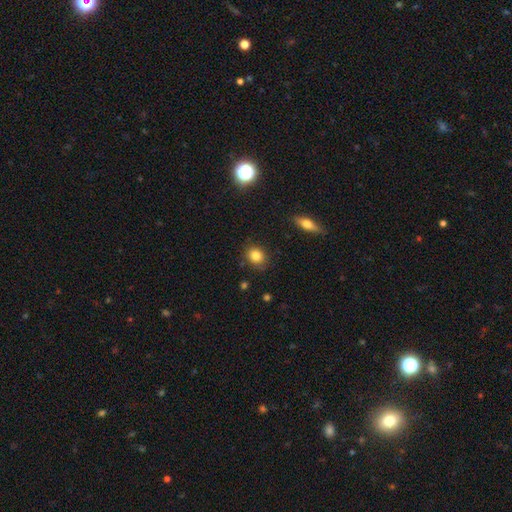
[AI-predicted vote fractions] This appears to be a smooth galaxy with no disk features (83%) that is round (64%). Merging: none (84%).